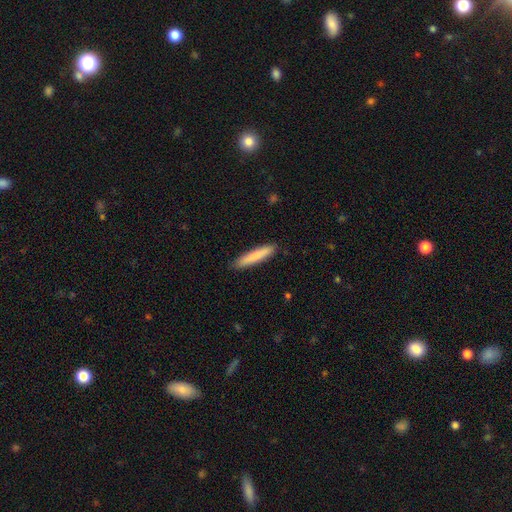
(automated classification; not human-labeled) A smooth galaxy with no disk features (82%) that is cigar-shaped (91%).

Vote fractions:
- Smooth or featured? smooth: 82% / featured or disk: 12% / star or artifact: 6%
- How rounded? cigar-shaped: 91% / in between: 8% / round: 1%
- Merging? none: 89% / minor disturbance: 9% / major disturbance: 2% / merger: 1%